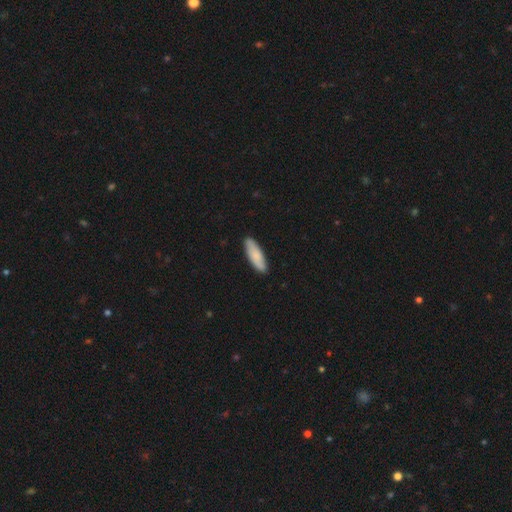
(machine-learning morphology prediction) Overall: smooth (82%). How rounded: cigar-shaped (51%; in between 48%). Merging: none (87%).